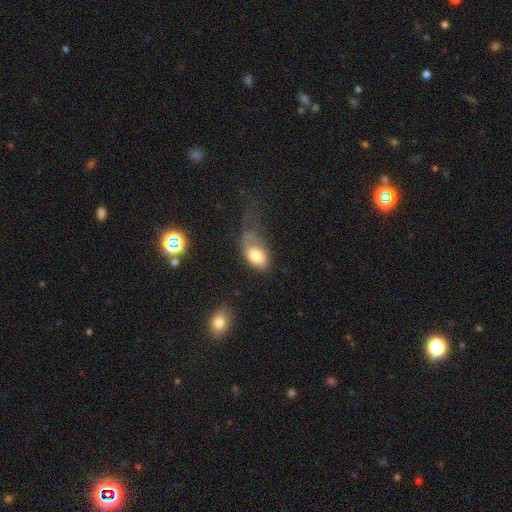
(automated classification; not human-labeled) smooth_or_featured: smooth (p=0.74) [alt: featured or disk p=0.18]
how_rounded: in between (p=0.90) [alt: round p=0.07]
merging: major disturbance (p=0.45) [alt: minor disturbance p=0.25]